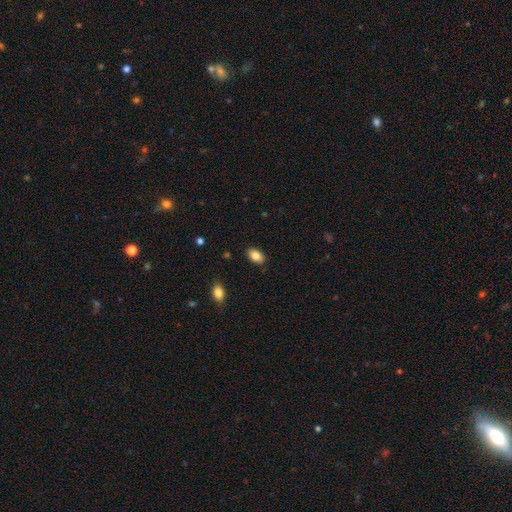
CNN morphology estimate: The model was most divided on "smooth or featured": smooth: 84%, featured or disk: 8%, star or artifact: 8%. More confident: how rounded — in between (90%); merging — none (88%).